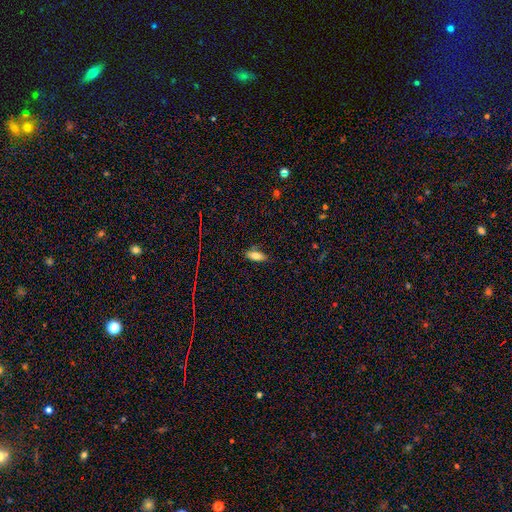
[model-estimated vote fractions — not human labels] Morphology: type=smooth (77%); roundness=in between (81%); merging=none (81%).